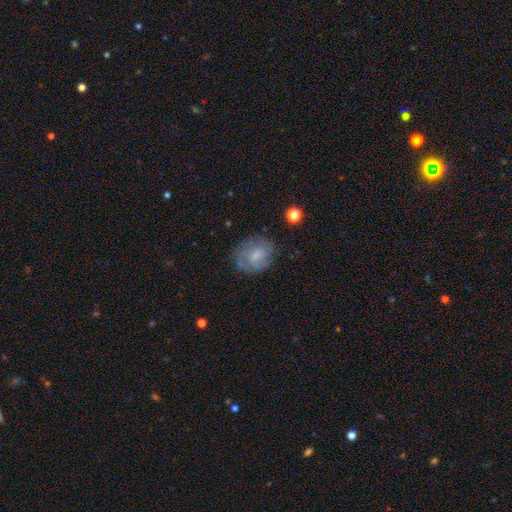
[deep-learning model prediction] Smooth or featured?
  - featured or disk: 46% *
  - smooth: 44%
  - star or artifact: 10%
Merging?
  - none: 66% *
  - minor disturbance: 21%
  - major disturbance: 11%
  - merger: 2%